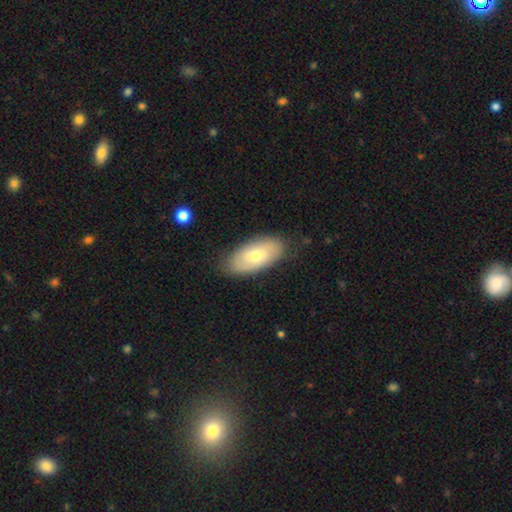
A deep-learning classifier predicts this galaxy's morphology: Smooth or featured?
  - smooth: 57% *
  - featured or disk: 37%
  - star or artifact: 6%
How rounded?
  - in between: 92% *
  - cigar-shaped: 6%
  - round: 3%
Merging?
  - none: 81% *
  - minor disturbance: 15%
  - major disturbance: 3%
  - merger: 1%